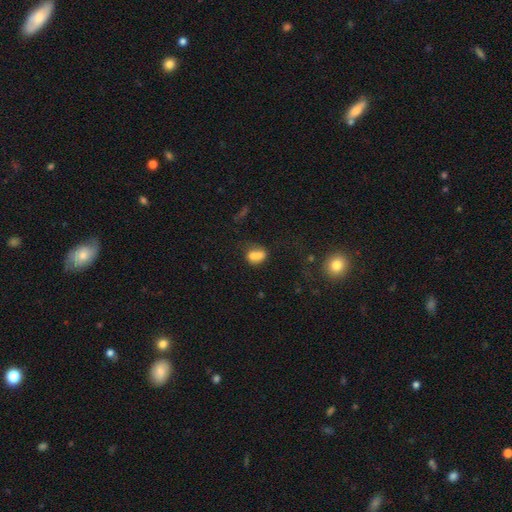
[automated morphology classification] A smooth galaxy with no disk features (69%) that is in between round and cigar-shaped (60%). Merging: merger (49%).